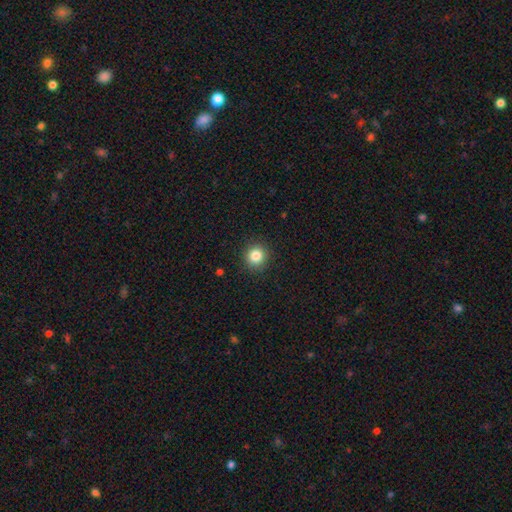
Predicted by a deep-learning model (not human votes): smooth 83%, star or artifact 11%, featured or disk 5%. Down the decision tree: how rounded — round (91%); merging — none (91%).